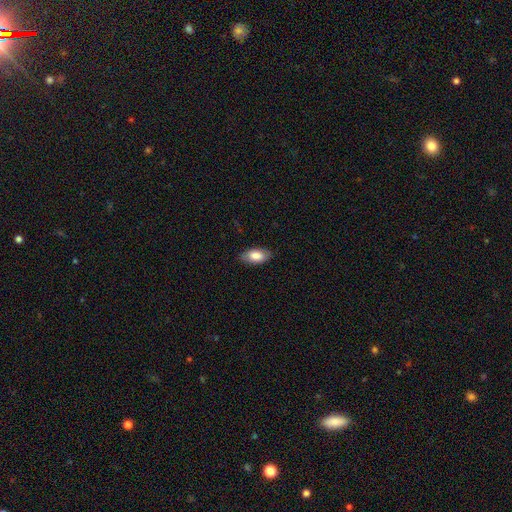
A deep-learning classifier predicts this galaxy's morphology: This is clearly a smooth galaxy (82%). How rounded: clearly in between (92%). Merging: clearly none (85%).